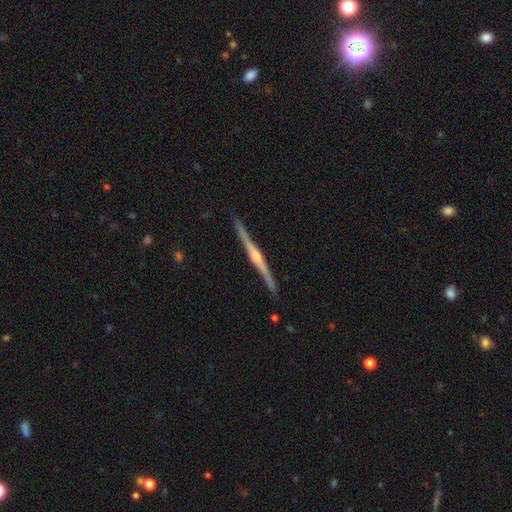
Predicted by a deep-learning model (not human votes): Morphology: type=featured or disk (84%); edge-on=yes (99%); edge-on bulge=rounded (76%); merging=none (90%).